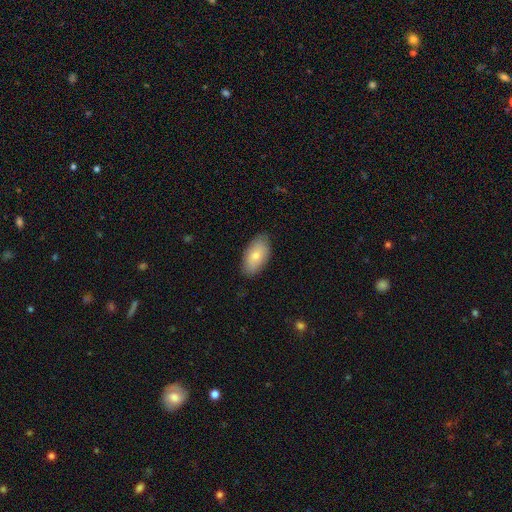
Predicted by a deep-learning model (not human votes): A smooth galaxy with no disk features (77%) that is in between round and cigar-shaped (94%). Merging: none (86%).